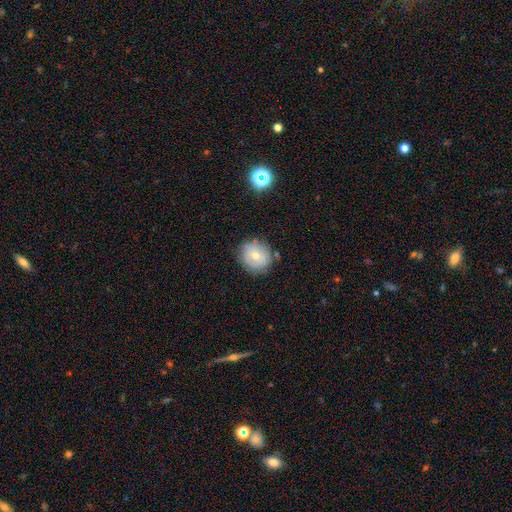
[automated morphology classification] Smooth or featured: smooth — 63% (featured or disk — 26%)
How rounded: round — 88% (in between — 11%)
Merging: none — 77% (minor disturbance — 16%)